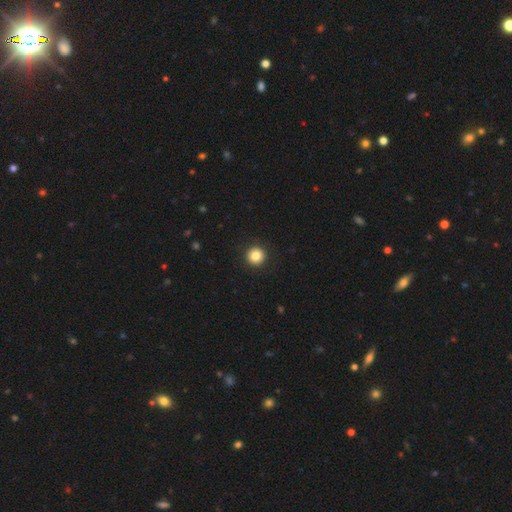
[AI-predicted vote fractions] A smooth galaxy with no disk features (84%) that is round (96%). Merging: none (93%).